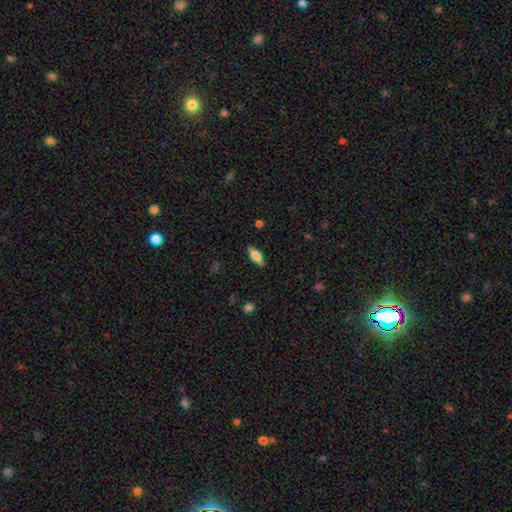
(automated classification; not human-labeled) Smooth or featured? Predicted: smooth (p=0.75). How rounded? Predicted: in between (p=0.74). Merging? Predicted: none (p=0.86).